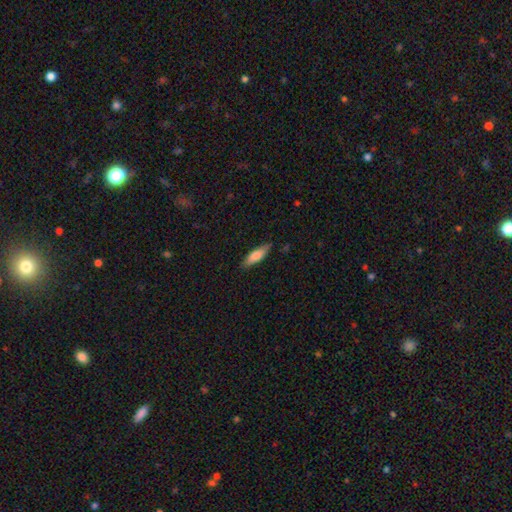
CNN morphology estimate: The model was most divided on "how rounded": cigar-shaped: 53%, in between: 46%, round: 2%. More confident: smooth or featured — smooth (80%); merging — none (80%).